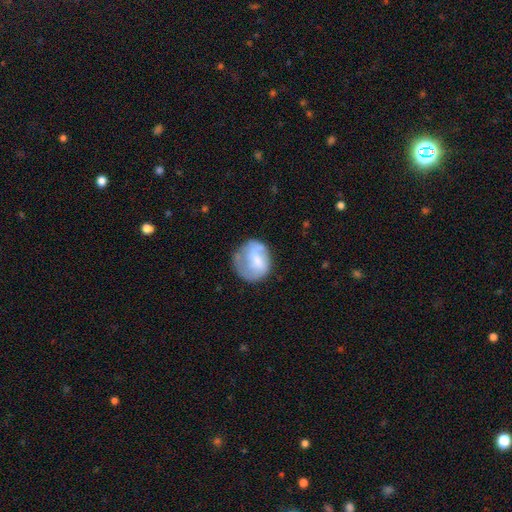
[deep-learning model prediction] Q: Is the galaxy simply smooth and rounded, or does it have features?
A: smooth — 51%.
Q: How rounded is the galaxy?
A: round — 72%.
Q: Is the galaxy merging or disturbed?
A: none — 52%.